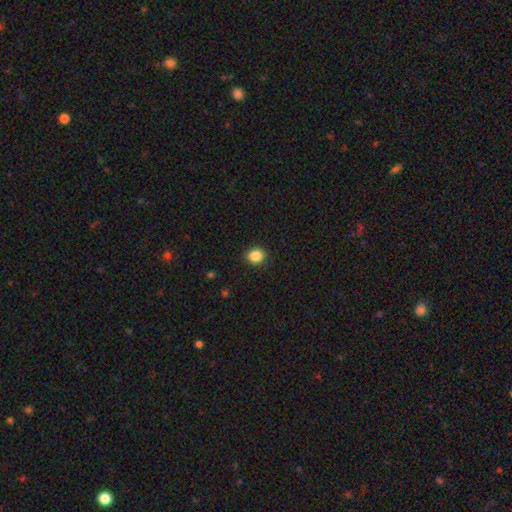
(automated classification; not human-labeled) Overall: smooth (86%). How rounded: round (77%). Merging: none (90%).